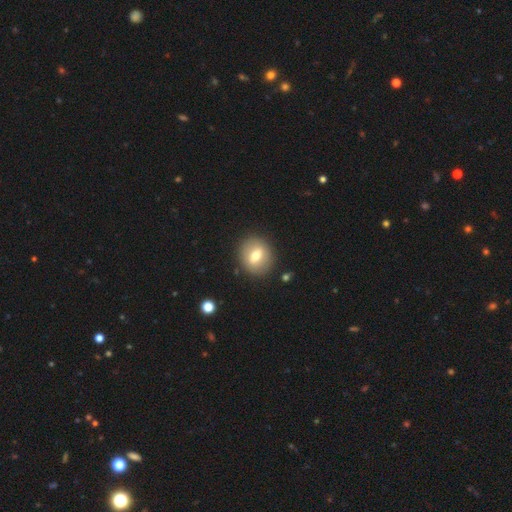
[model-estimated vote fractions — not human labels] Overall: smooth (64%; featured or disk 27%). How rounded: round (72%). Merging: none (87%).